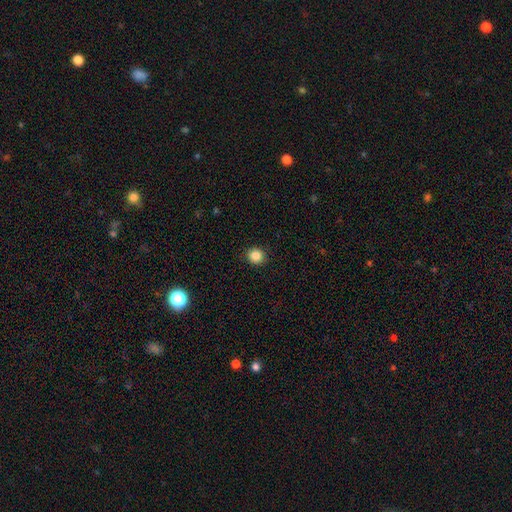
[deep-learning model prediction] Smooth or featured: smooth — 86% (star or artifact — 10%)
How rounded: round — 87% (in between — 12%)
Merging: none — 91% (minor disturbance — 6%)